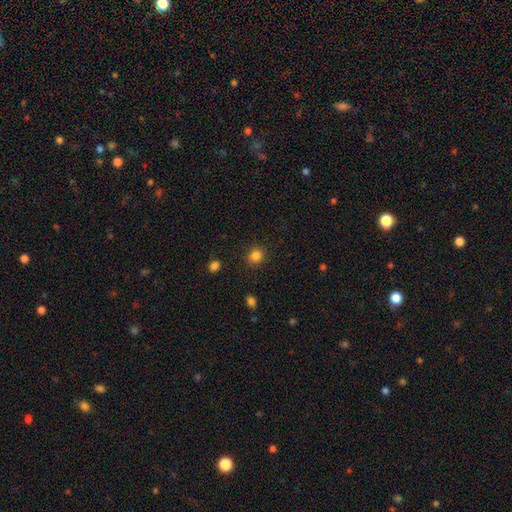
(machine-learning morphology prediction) smooth_or_featured: smooth (p=0.84) [alt: star or artifact p=0.12]
how_rounded: round (p=0.83) [alt: in between p=0.16]
merging: none (p=0.89) [alt: minor disturbance p=0.07]